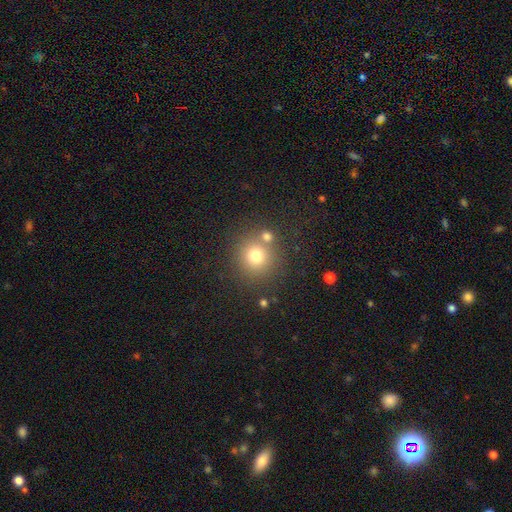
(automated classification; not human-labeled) Smooth or featured?
  - smooth: 75% *
  - star or artifact: 15%
  - featured or disk: 10%
How rounded?
  - round: 92% *
  - in between: 8%
  - cigar-shaped: 1%
Merging?
  - none: 71% *
  - merger: 17%
  - minor disturbance: 9%
  - major disturbance: 4%